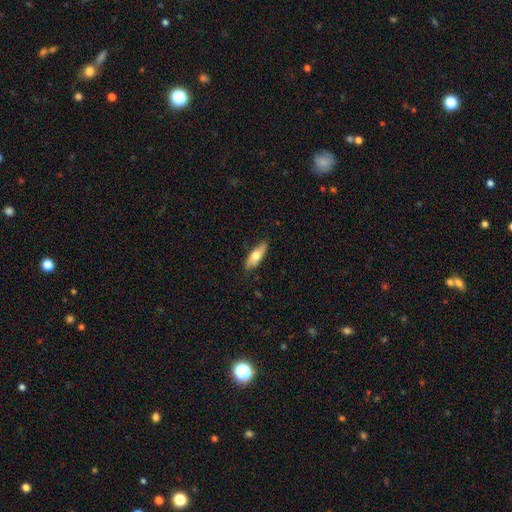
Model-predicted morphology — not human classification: Q: Smooth or featured?
A: smooth (62%); runner-up: featured or disk (33%)
Q: How rounded?
A: in between (56%); runner-up: cigar-shaped (41%)
Q: Merging?
A: none (84%); runner-up: minor disturbance (13%)